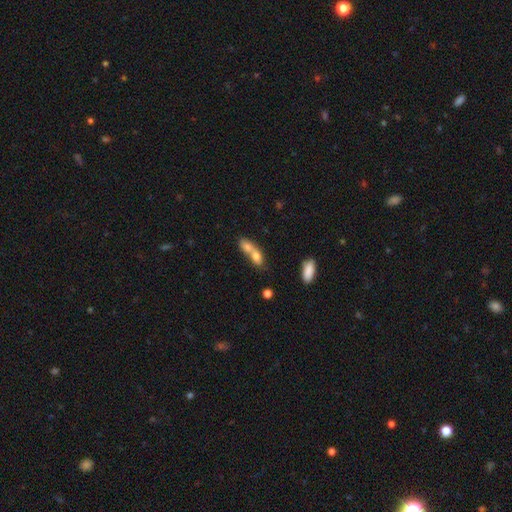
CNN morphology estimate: Q: Smooth or featured?
A: smooth (71%); runner-up: featured or disk (19%)
Q: How rounded?
A: in between (66%); runner-up: cigar-shaped (17%)
Q: Merging?
A: merger (75%); runner-up: none (16%)